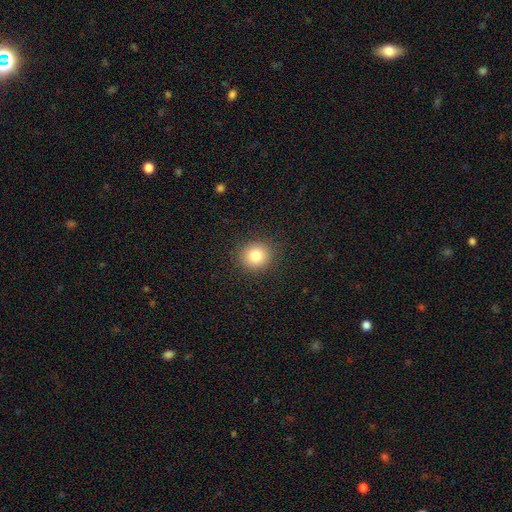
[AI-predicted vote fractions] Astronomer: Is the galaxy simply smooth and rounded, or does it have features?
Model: smooth — 81%.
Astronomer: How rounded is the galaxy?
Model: round — 87%.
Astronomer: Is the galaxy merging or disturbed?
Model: none — 90%.